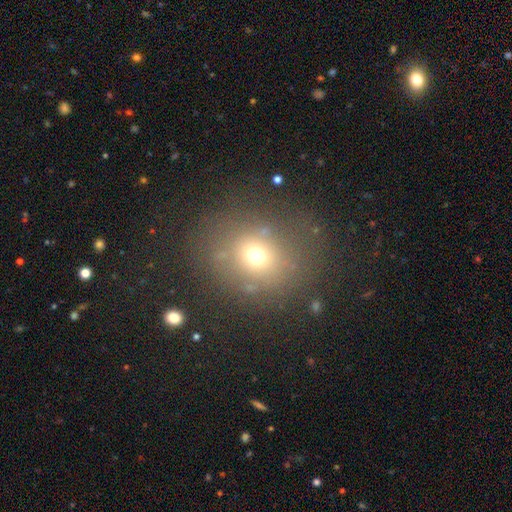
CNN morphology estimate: This appears to be a smooth galaxy with no disk features (64%) that is round (76%). Merging: none (74%).